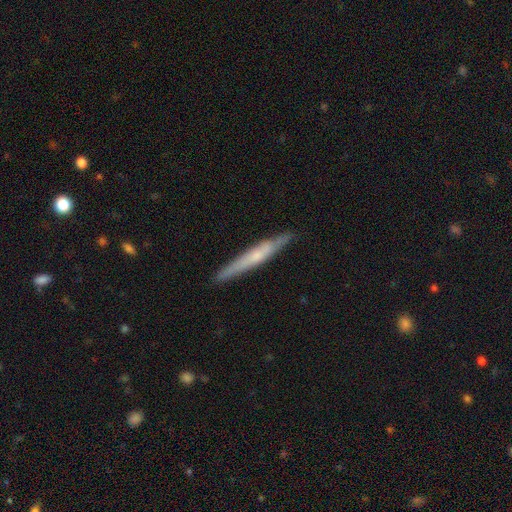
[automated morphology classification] A featured or disk galaxy (53%) viewed edge-on (92%).

Vote fractions:
- Smooth or featured? featured or disk: 53% / smooth: 41% / star or artifact: 6%
- Edge-on disk? yes: 92% / no: 8%
- Merging? none: 86% / minor disturbance: 11% / major disturbance: 2% / merger: 1%